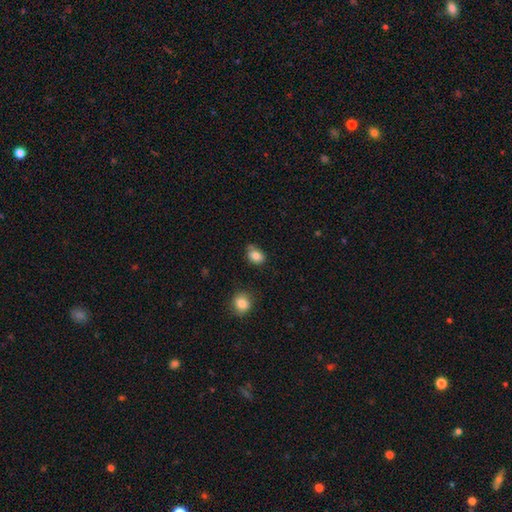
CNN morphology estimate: The model was most divided on "how rounded": in between: 65%, round: 34%, cigar-shaped: 1%. More confident: smooth or featured — smooth (83%); merging — none (63%).